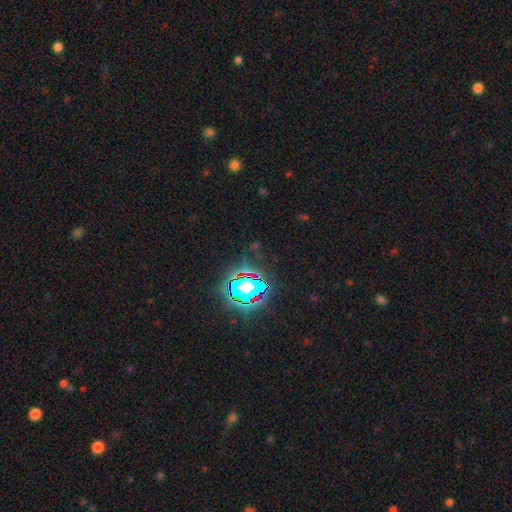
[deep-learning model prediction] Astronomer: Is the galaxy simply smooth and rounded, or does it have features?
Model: star or artifact — 81%.